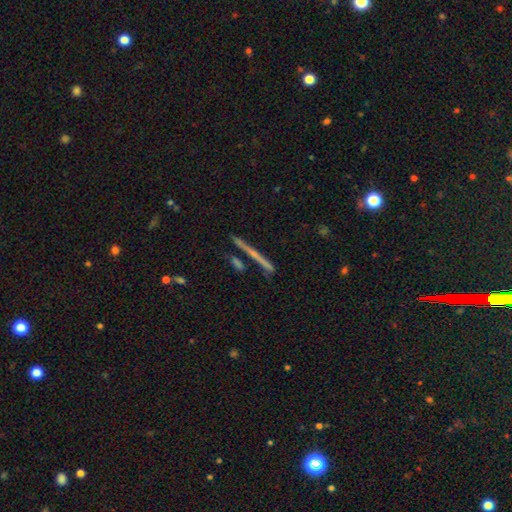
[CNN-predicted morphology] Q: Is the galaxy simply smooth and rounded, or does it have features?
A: featured or disk — 54%.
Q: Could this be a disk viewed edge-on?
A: yes — 97%.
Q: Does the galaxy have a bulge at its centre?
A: none — 81%.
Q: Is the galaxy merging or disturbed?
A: none — 86%.